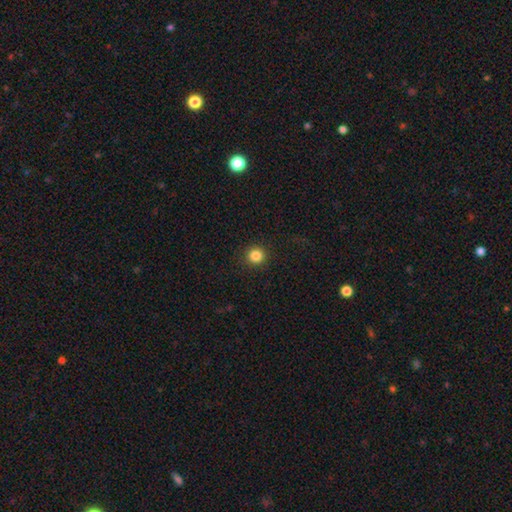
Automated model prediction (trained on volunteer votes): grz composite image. It shows a smooth galaxy with no disk features (85%) that is round (95%). Merging: none (92%).